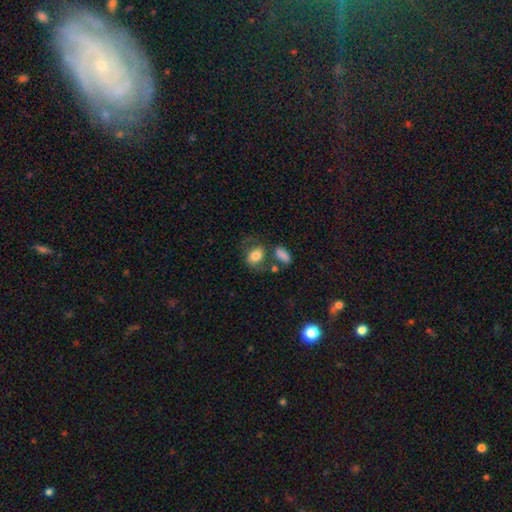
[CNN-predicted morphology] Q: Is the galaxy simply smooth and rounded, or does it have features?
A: smooth — 68%.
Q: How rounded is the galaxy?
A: in between — 71%.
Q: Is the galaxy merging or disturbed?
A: none — 51%.